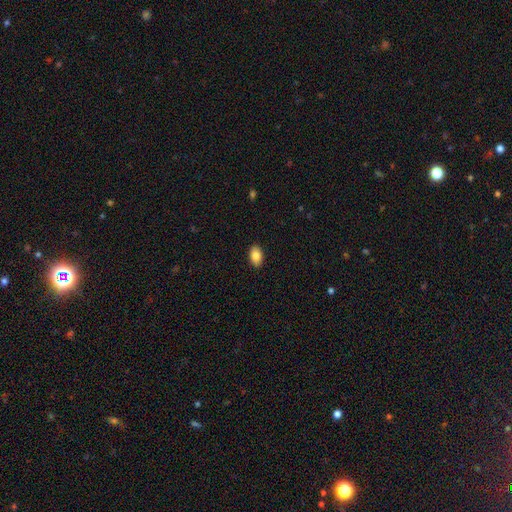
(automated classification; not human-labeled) Q: Smooth or featured?
A: smooth (85%); runner-up: featured or disk (8%)
Q: How rounded?
A: in between (92%); runner-up: round (7%)
Q: Merging?
A: none (90%); runner-up: minor disturbance (7%)